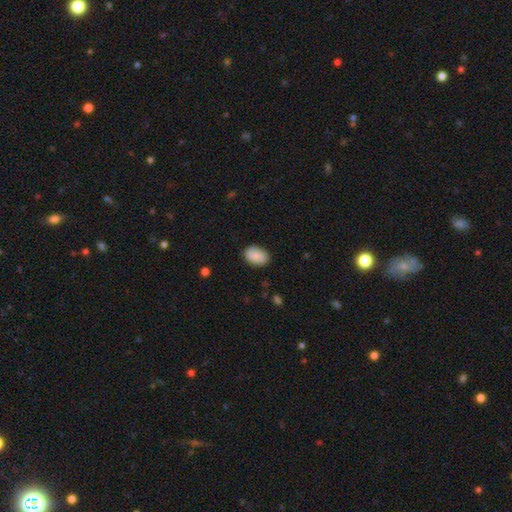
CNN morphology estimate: This appears to be a smooth galaxy with no disk features (88%) that is in between round and cigar-shaped (87%). Merging: none (84%).